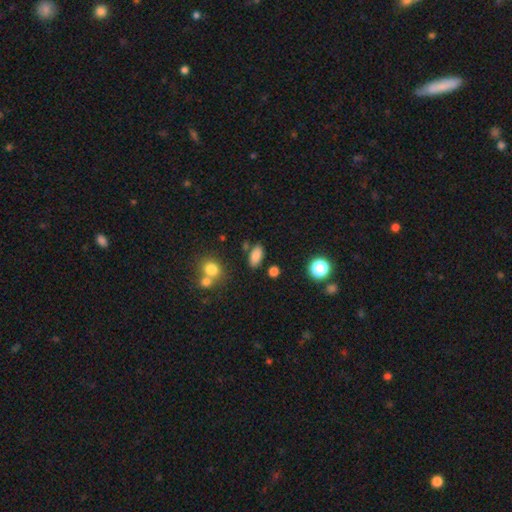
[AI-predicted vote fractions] Smooth or featured?
  - smooth: 82% *
  - star or artifact: 11%
  - featured or disk: 6%
How rounded?
  - in between: 88% *
  - cigar-shaped: 6%
  - round: 6%
Merging?
  - none: 77% *
  - minor disturbance: 12%
  - merger: 7%
  - major disturbance: 4%